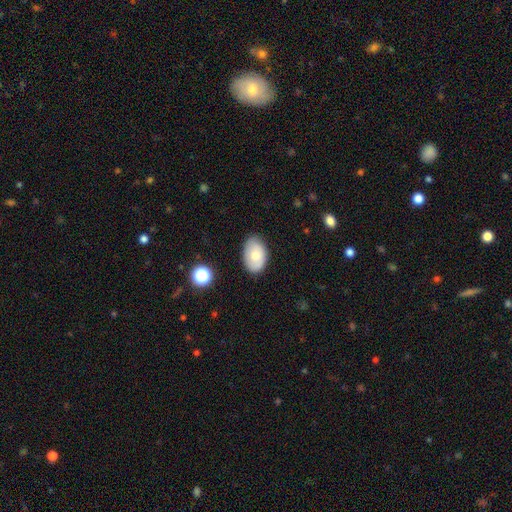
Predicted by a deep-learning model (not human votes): Smooth or featured: smooth — 72% (featured or disk — 21%)
How rounded: in between — 87% (round — 11%)
Merging: none — 78% (minor disturbance — 17%)